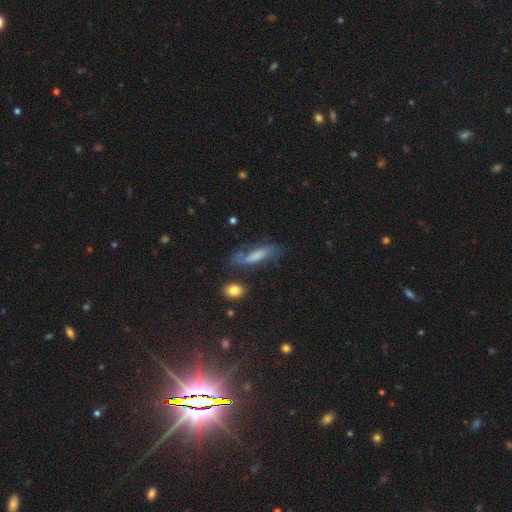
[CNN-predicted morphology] The model was most divided on "smooth or featured": smooth: 49%, featured or disk: 37%, star or artifact: 13%. More confident: merging — none (63%).